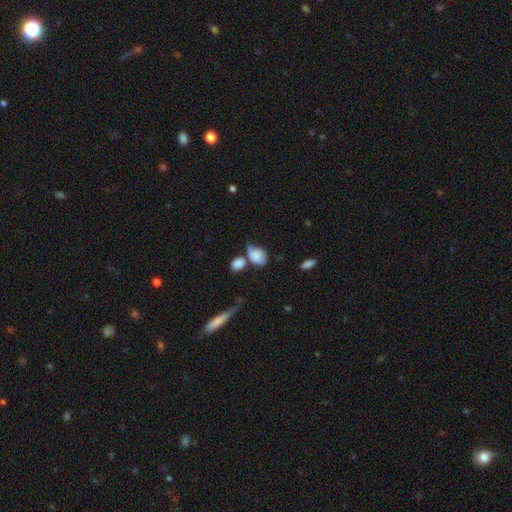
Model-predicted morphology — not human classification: Smooth or featured: smooth — 79% (featured or disk — 13%)
How rounded: in between — 67% (round — 32%)
Merging: merger — 37% (none — 30%)